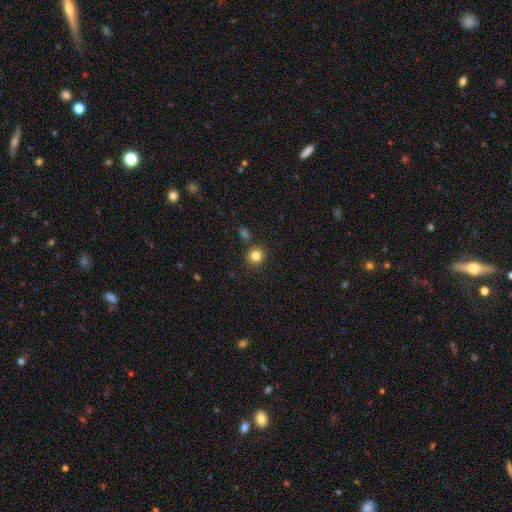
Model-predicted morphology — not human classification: Smooth or featured? smooth (83%)
How rounded? round (89%)
Merging? none (83%)